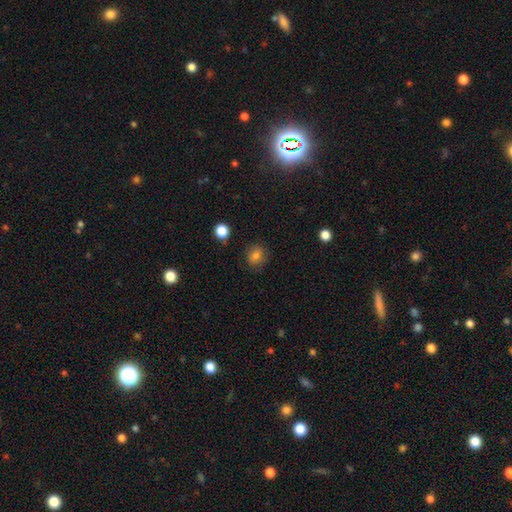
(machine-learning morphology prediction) smooth-or-featured: smooth: 79% | star or artifact: 12% | featured or disk: 9%
  how-rounded: round: 75% | in between: 24% | cigar-shaped: 1%
  merging: none: 83% | minor disturbance: 12% | major disturbance: 4% | merger: 2%